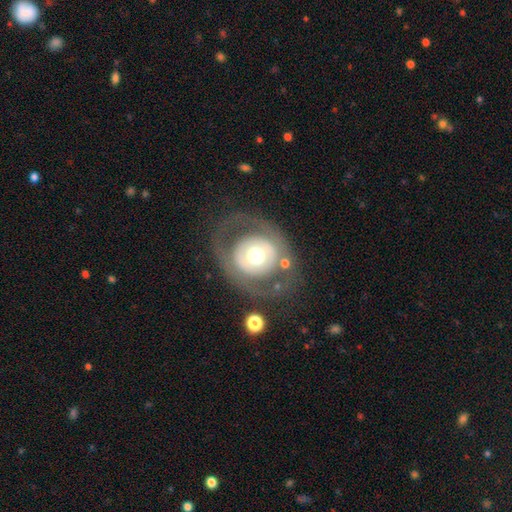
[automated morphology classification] Overall: featured or disk (55%; smooth 39%). Edge-on disk: no (95%). Bar: no (82%). Spiral arms: no (85%). Bulge size: moderate (58%; large 31%). Merging: none (73%).